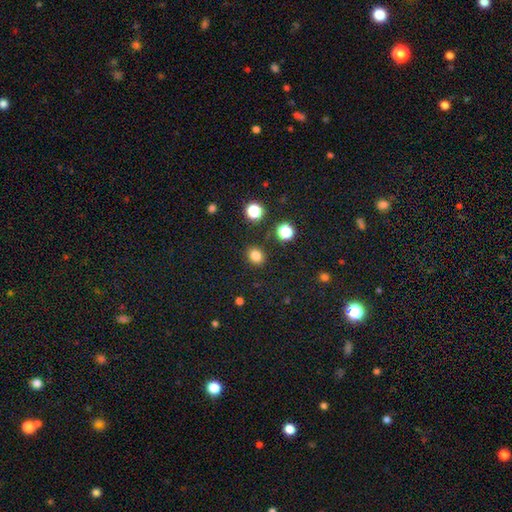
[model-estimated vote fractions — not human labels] Smooth or featured? smooth (80%)
How rounded? round (62%)
Merging? none (87%)